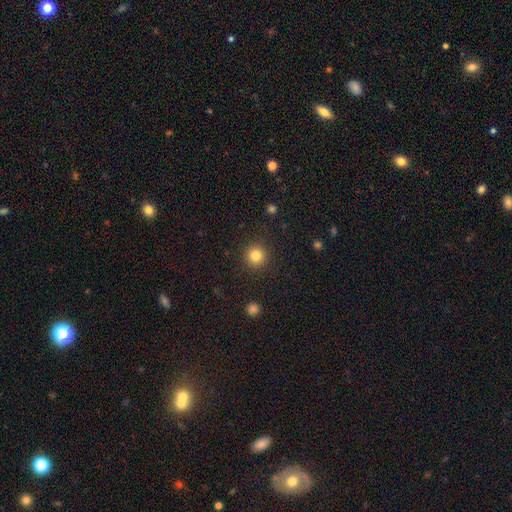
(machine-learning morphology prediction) A smooth galaxy with no disk features (83%) that is round (94%).

Vote fractions:
- Smooth or featured? smooth: 83% / star or artifact: 12% / featured or disk: 5%
- How rounded? round: 94% / in between: 5% / cigar-shaped: 1%
- Merging? none: 91% / minor disturbance: 6% / major disturbance: 2% / merger: 1%